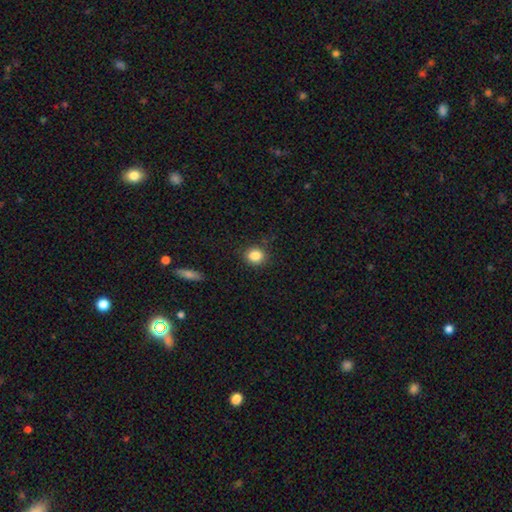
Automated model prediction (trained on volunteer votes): A smooth galaxy with no disk features (85%) that is round (80%). Merging: none (86%).